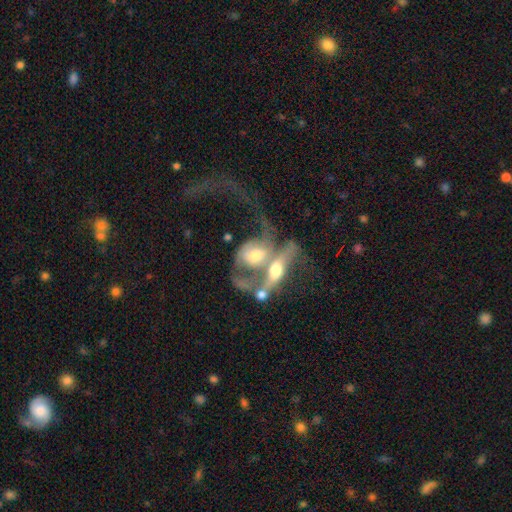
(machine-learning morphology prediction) A featured or disk galaxy (71%) with no bar (60%), spiral arms (65%) and a moderate central bulge (54%). Merging: merger (74%).